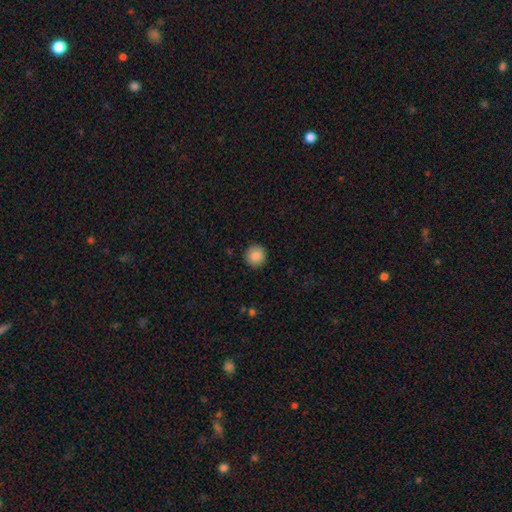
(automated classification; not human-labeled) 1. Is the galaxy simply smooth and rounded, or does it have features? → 87% smooth, 9% star or artifact, 4% featured or disk.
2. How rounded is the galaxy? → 94% round, 5% in between, 1% cigar-shaped.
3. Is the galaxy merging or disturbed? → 92% none, 6% minor disturbance, 2% major disturbance, 1% merger.